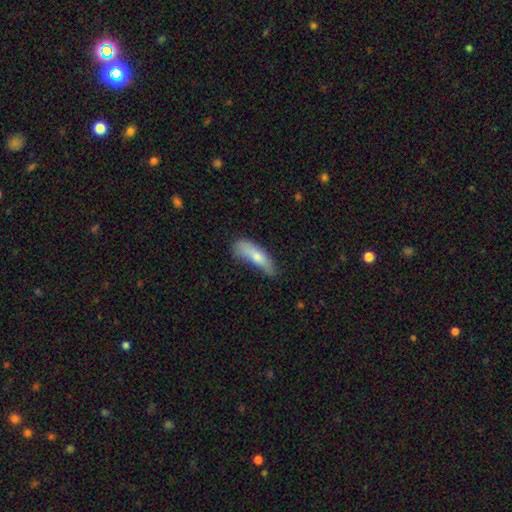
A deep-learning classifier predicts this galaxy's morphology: Smooth or featured: smooth — 71% (featured or disk — 22%)
How rounded: cigar-shaped — 56% (in between — 41%)
Merging: none — 41% (minor disturbance — 36%)